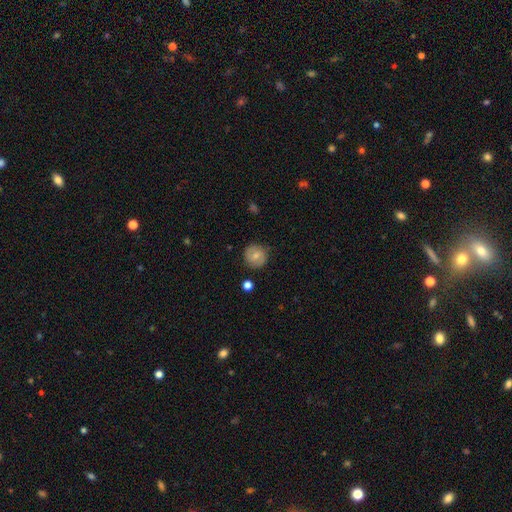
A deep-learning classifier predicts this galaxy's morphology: smooth 64%, featured or disk 28%, star or artifact 8%. Down the decision tree: how rounded — round (91%); merging — none (84%).